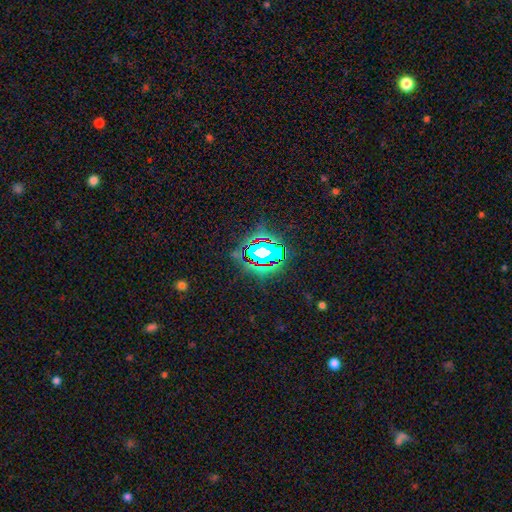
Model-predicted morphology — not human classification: Smooth or featured: star or artifact — 69% (smooth — 18%)